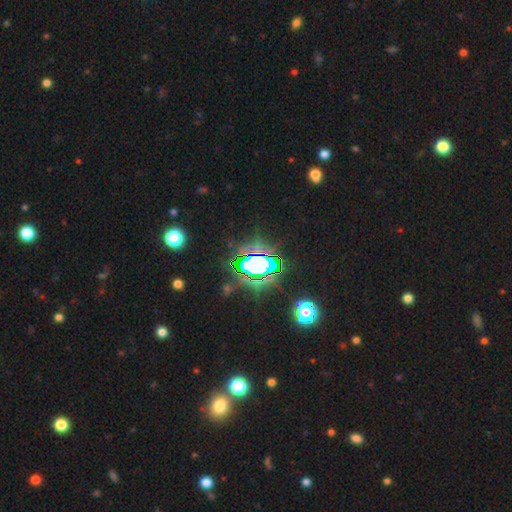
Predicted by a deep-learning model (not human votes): Smooth or featured?
  - star or artifact: 79% *
  - smooth: 13%
  - featured or disk: 9%